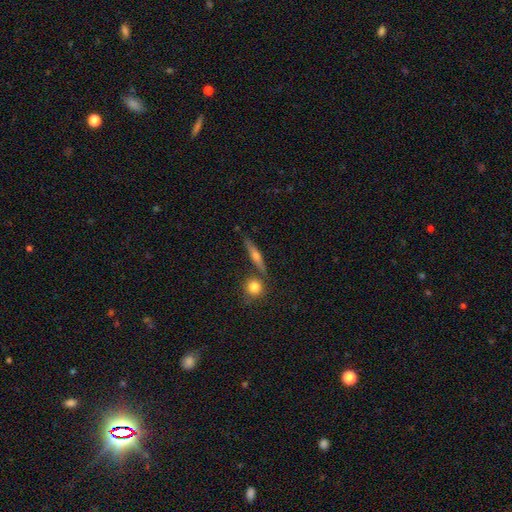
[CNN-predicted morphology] A featured or disk galaxy (59%) viewed edge-on (95%) with a rounded central bulge (82%). Merging: none (79%).